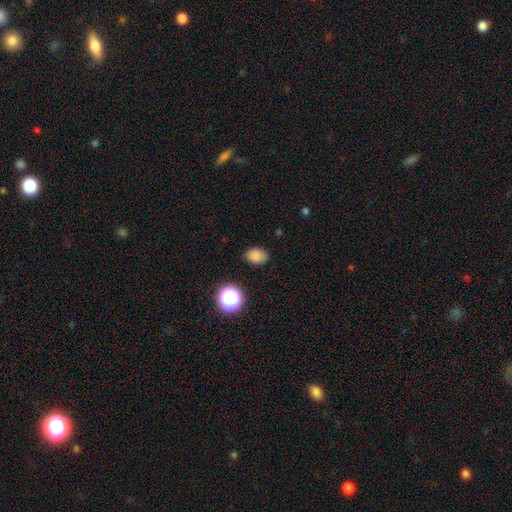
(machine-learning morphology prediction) Overall: smooth (83%). How rounded: in between (72%). Merging: none (84%).